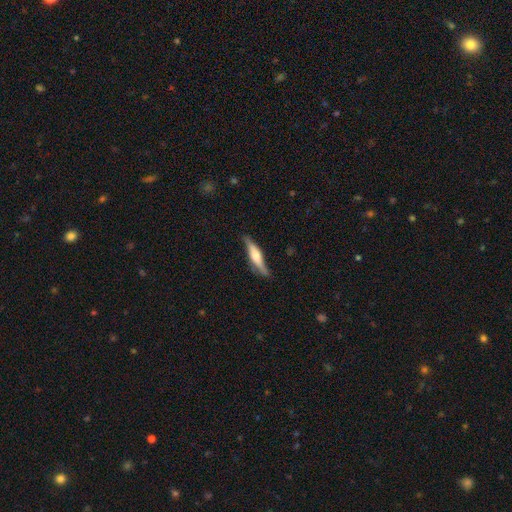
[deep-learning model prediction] Q: Smooth or featured?
A: featured or disk (56%); runner-up: smooth (38%)
Q: Edge-on disk?
A: yes (89%); runner-up: no (11%)
Q: Edge-on bulge?
A: rounded (70%); runner-up: boxy (21%)
Q: Merging?
A: none (75%); runner-up: minor disturbance (19%)